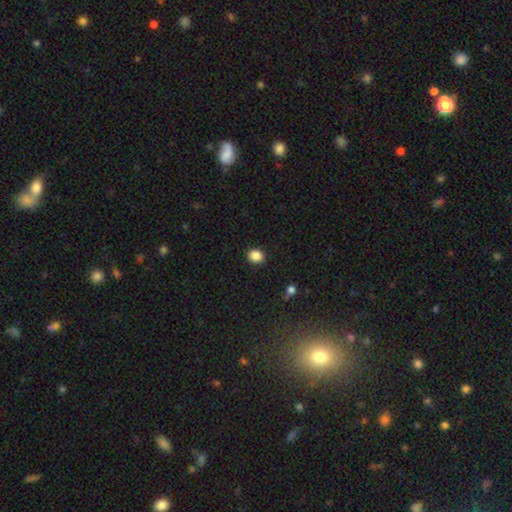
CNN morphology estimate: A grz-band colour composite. It shows a smooth galaxy with no disk features (87%) that is round (75%). Merging: none (91%).